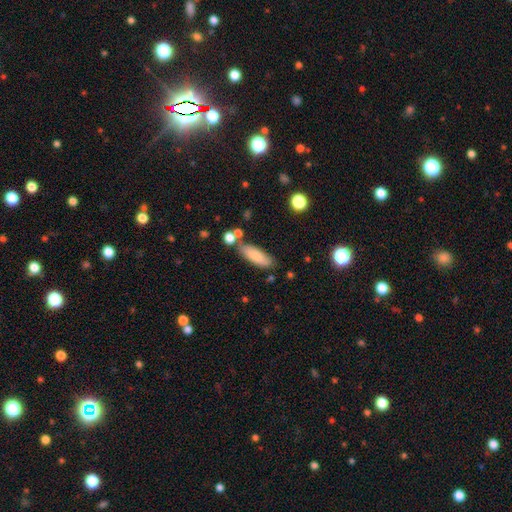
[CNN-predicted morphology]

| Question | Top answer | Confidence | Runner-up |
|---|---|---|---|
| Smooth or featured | smooth | 82% | featured or disk (12%) |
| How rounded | in between | 61% | cigar-shaped (37%) |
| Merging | none | 70% | minor disturbance (16%) |